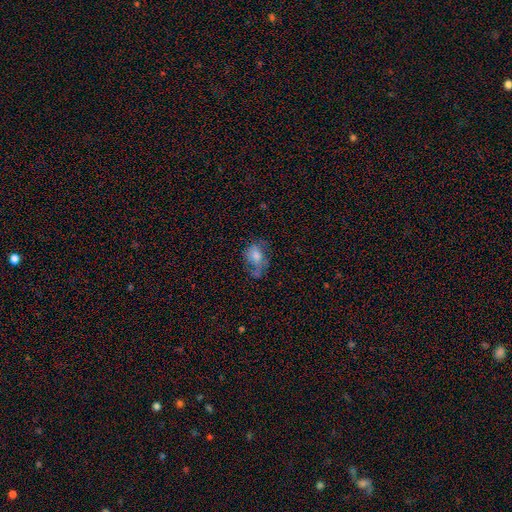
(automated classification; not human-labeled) The model was most divided on "merging": none: 37%, major disturbance: 32%, minor disturbance: 27%, merger: 4%. More confident: how rounded — in between (73%); smooth or featured — smooth (59%).